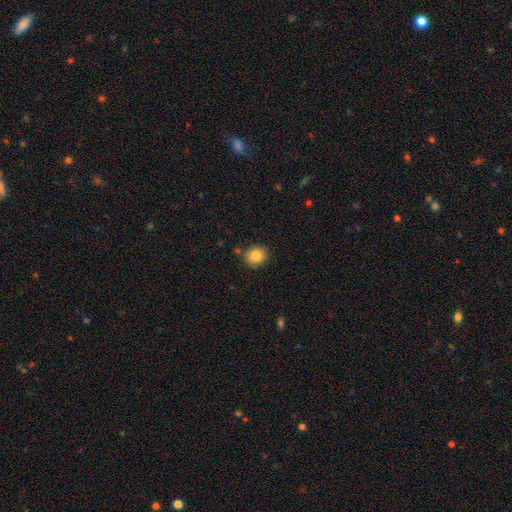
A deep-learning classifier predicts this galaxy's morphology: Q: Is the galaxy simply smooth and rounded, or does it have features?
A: smooth — 84%.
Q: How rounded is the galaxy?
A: round — 73%.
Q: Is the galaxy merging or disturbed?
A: none — 85%.